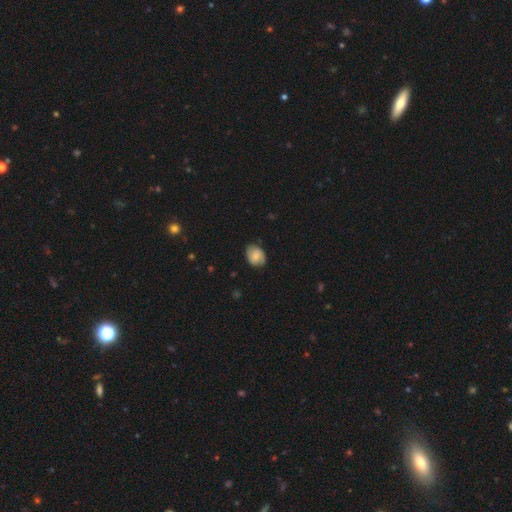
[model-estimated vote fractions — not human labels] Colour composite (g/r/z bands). It shows a smooth galaxy with no disk features (68%) that is in between round and cigar-shaped (54%). Merging: none (77%).